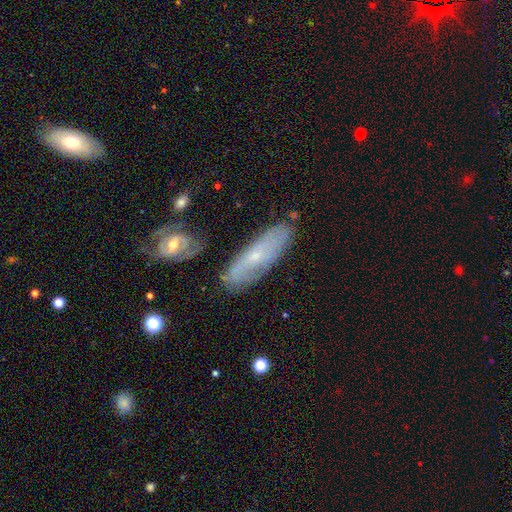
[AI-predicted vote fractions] Smooth or featured? featured or disk (54%)
Edge-on disk? no (75%)
Merging? none (74%)